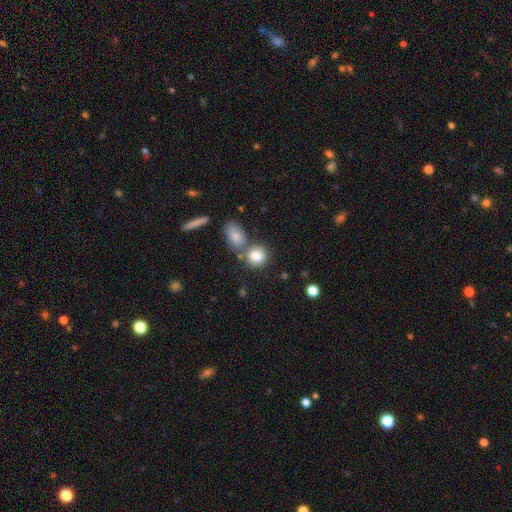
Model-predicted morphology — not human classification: The model was most divided on "merging": none: 54%, merger: 31%, minor disturbance: 11%, major disturbance: 4%. More confident: smooth or featured — smooth (82%); how rounded — round (68%).